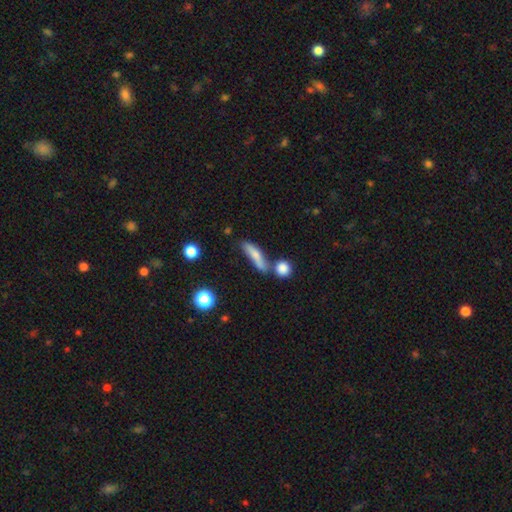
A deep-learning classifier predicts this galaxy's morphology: Overall: smooth (69%). How rounded: cigar-shaped (70%). Merging: none (55%; merger 21%).